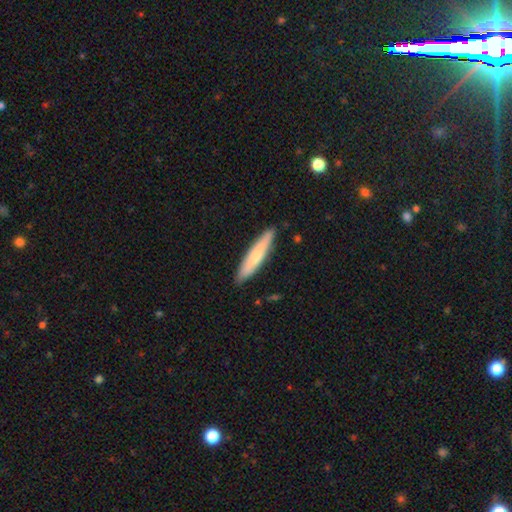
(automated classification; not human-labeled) Smooth or featured? smooth (66%)
How rounded? cigar-shaped (88%)
Merging? none (88%)